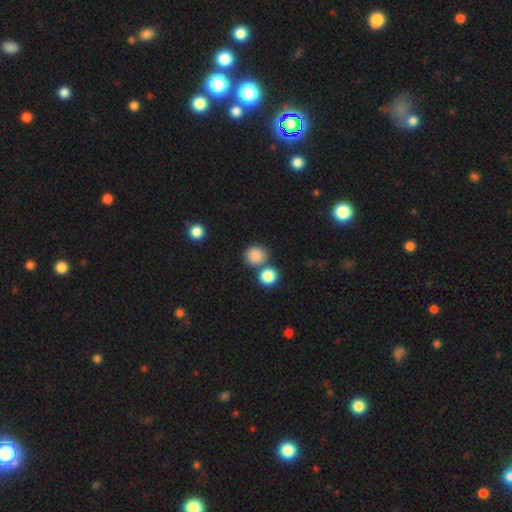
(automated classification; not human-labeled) smooth 85%, star or artifact 10%, featured or disk 5%. Down the decision tree: how rounded — round (84%); merging — none (64%).